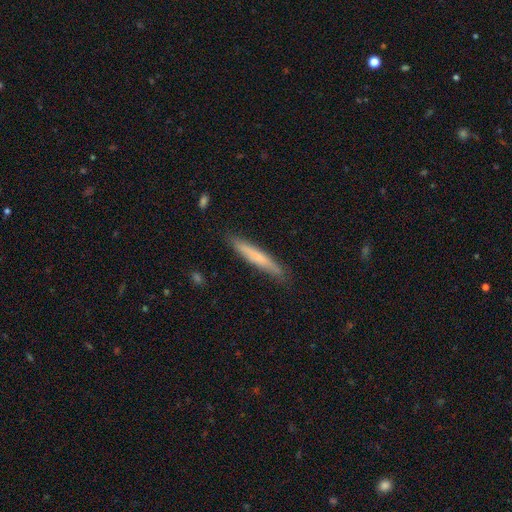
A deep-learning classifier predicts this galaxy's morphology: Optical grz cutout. It shows a smooth galaxy with no disk features (65%) that is cigar-shaped (95%). Merging: none (88%).